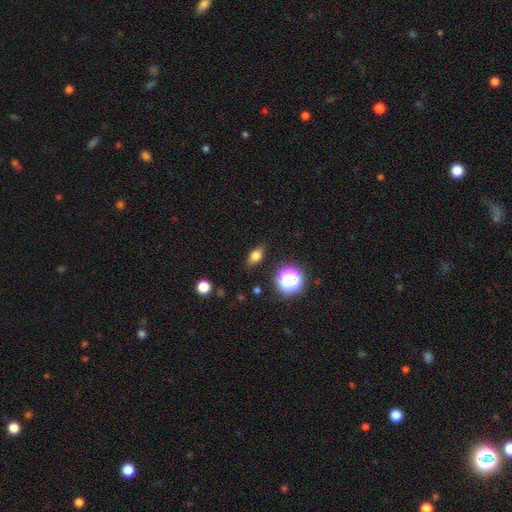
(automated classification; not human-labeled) Overall: smooth (75%). How rounded: in between (75%). Merging: none (84%).